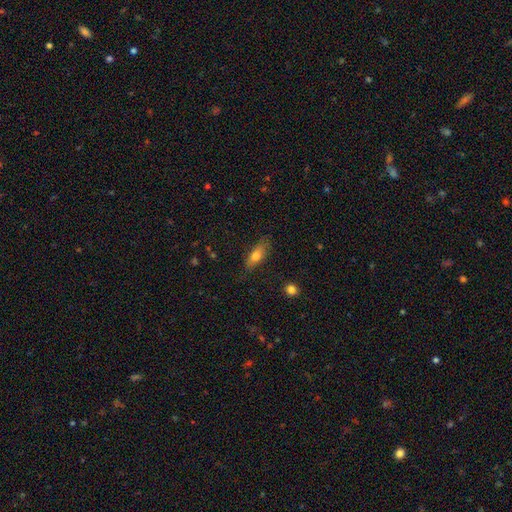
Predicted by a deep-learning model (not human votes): This appears to be a smooth galaxy with no disk features (70%) that is in between round and cigar-shaped (63%). Merging: none (77%).